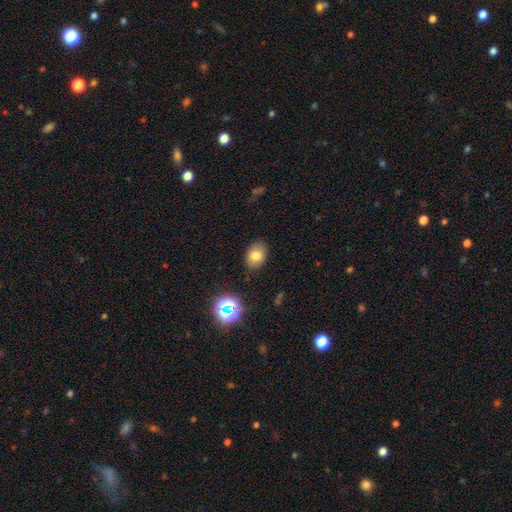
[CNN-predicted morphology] Smooth or featured? smooth (75%)
How rounded? in between (76%)
Merging? none (85%)